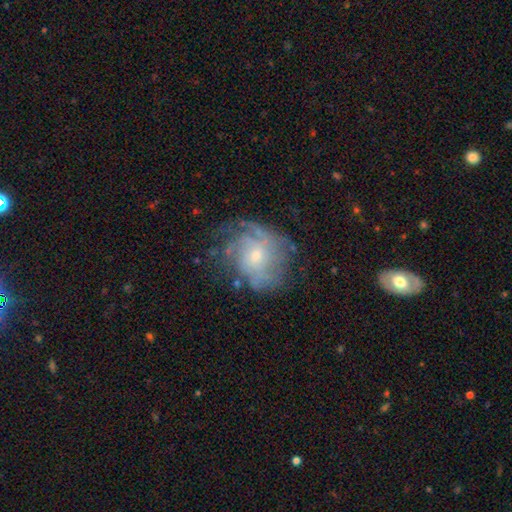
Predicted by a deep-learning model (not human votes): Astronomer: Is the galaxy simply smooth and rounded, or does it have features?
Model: featured or disk — 74%.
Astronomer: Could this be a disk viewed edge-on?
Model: no — 97%.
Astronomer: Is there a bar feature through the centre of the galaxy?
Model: no — 73%.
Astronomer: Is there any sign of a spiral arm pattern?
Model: yes — 86%.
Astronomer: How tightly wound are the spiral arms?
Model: tight — 50% (runner-up: medium, 33%).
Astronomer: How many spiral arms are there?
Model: can't tell — 47%.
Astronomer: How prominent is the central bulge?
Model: small — 55% (runner-up: moderate, 40%).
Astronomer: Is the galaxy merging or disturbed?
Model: none — 61%.